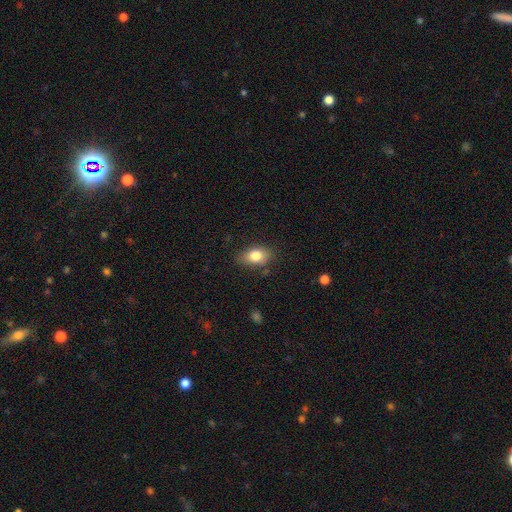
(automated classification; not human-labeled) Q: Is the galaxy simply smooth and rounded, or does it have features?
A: smooth — 81%.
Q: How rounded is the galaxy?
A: in between — 84%.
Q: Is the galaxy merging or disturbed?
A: none — 77%.